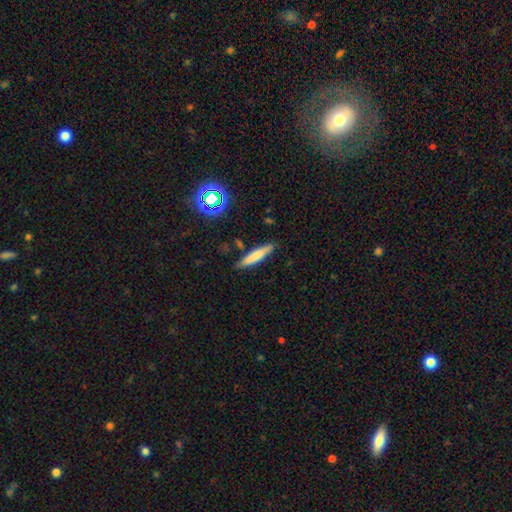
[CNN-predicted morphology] type=smooth (69%); roundness=cigar-shaped (87%); merging=none (83%).